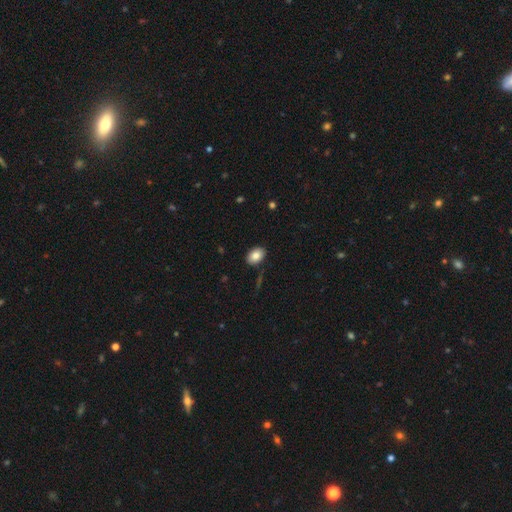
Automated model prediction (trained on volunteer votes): smooth 85%, star or artifact 7%, featured or disk 7%. Down the decision tree: how rounded — in between (83%); merging — none (87%).